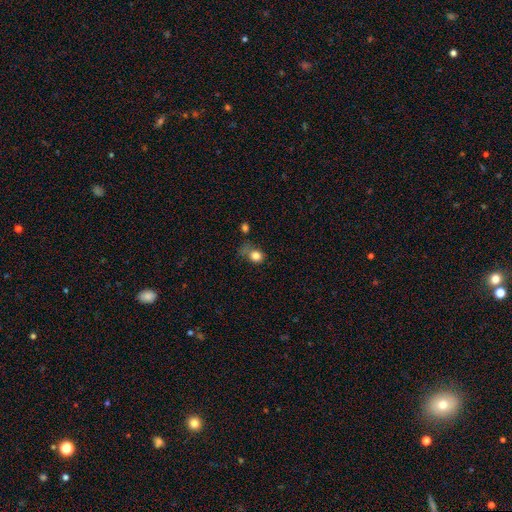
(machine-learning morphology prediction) This appears to be a smooth galaxy with no disk features (81%) that is round (64%). Merging: none (39%).